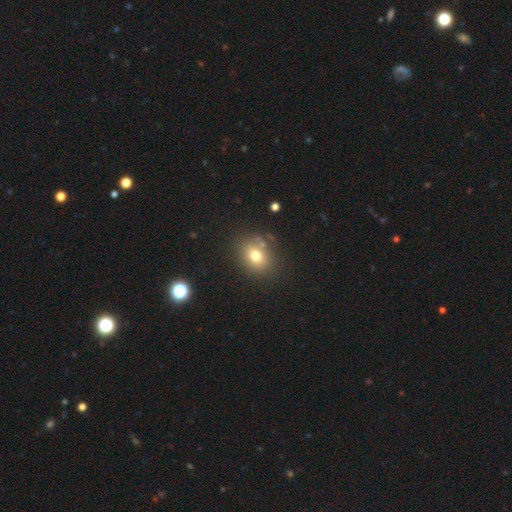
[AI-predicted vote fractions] Smooth or featured: smooth — 75% (star or artifact — 14%)
How rounded: round — 58% (in between — 41%)
Merging: none — 75% (minor disturbance — 13%)